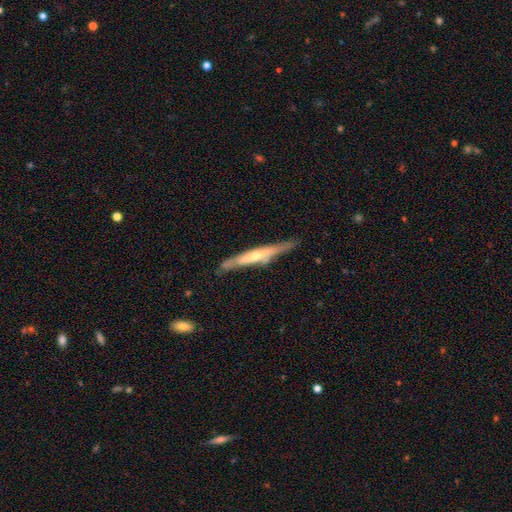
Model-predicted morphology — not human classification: This appears to be a featured or disk galaxy (65%) viewed edge-on (90%) with a rounded central bulge (65%). Merging: none (74%).